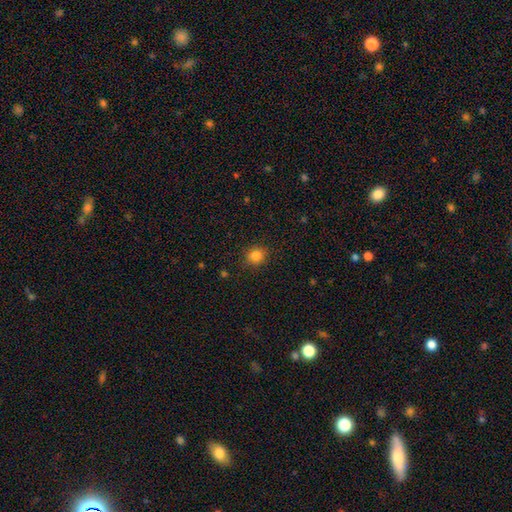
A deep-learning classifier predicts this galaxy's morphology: smooth-or-featured: smooth: 84% | star or artifact: 12% | featured or disk: 4%
  how-rounded: round: 85% | in between: 14% | cigar-shaped: 1%
  merging: none: 89% | minor disturbance: 7% | major disturbance: 2% | merger: 1%